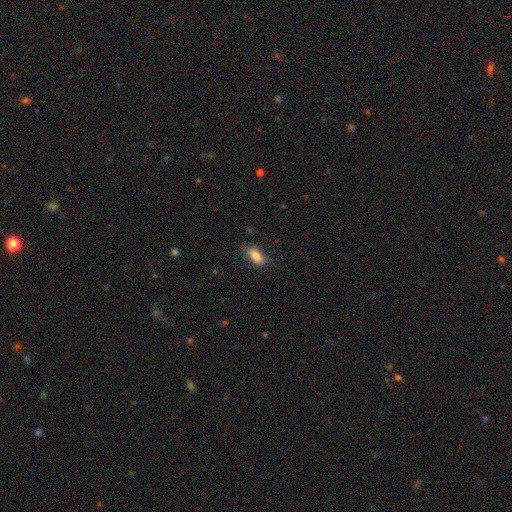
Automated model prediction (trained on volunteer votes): Smooth or featured? smooth (81%)
How rounded? in between (86%)
Merging? none (66%)